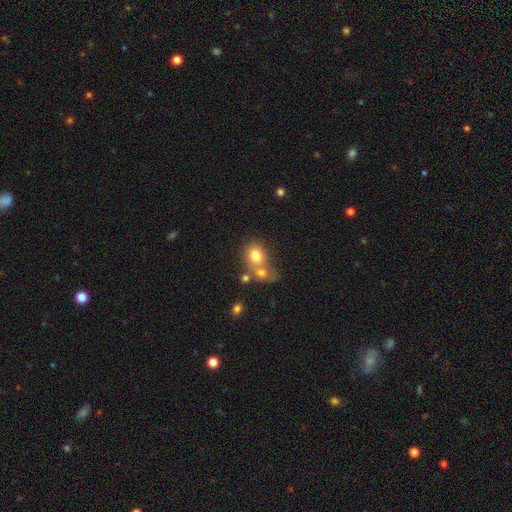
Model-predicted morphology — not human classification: Q: Smooth or featured?
A: smooth (76%); runner-up: featured or disk (13%)
Q: How rounded?
A: round (68%); runner-up: in between (31%)
Q: Merging?
A: merger (51%); runner-up: none (34%)